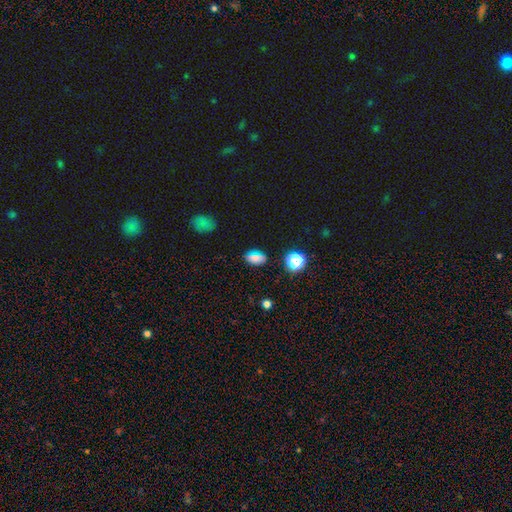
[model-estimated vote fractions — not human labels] This is likely a smooth galaxy (69%). How rounded: likely in between (79%). Merging: clearly none (86%).